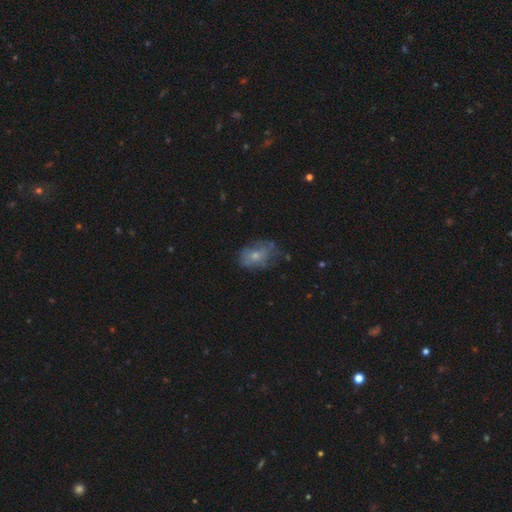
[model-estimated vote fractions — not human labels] A smooth galaxy with no disk features (53%) that is in between round and cigar-shaped (80%). Merging: none (51%).